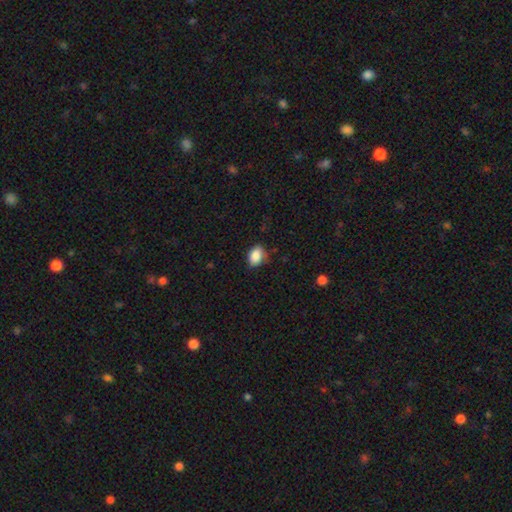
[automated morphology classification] smooth-or-featured: smooth: 87% | star or artifact: 8% | featured or disk: 5%
  how-rounded: in between: 70% | round: 29% | cigar-shaped: 1%
  merging: none: 71% | minor disturbance: 23% | major disturbance: 4% | merger: 2%